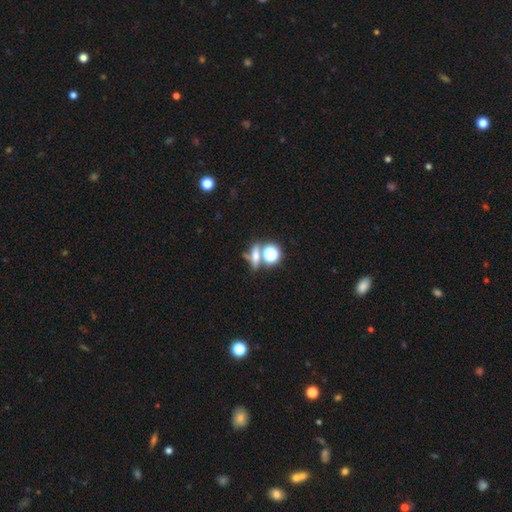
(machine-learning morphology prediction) A smooth galaxy with no disk features (47%). Merging: none (59%).